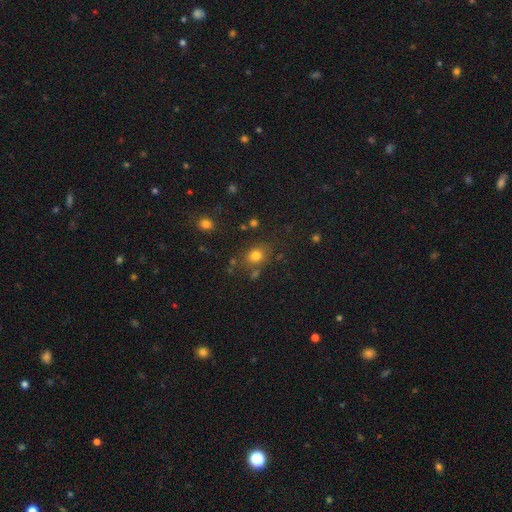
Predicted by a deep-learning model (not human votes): Overall: smooth (77%). How rounded: round (62%; in between 37%). Merging: none (75%).